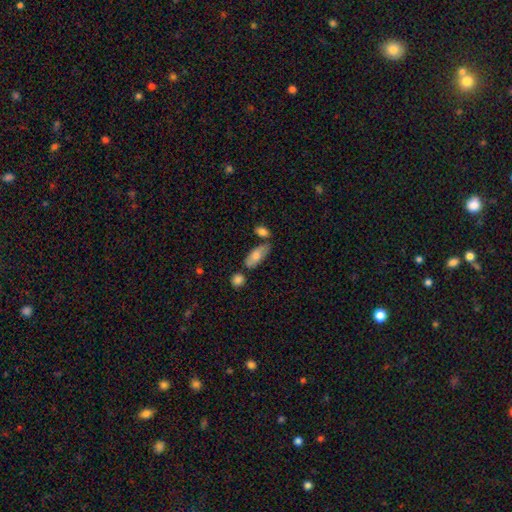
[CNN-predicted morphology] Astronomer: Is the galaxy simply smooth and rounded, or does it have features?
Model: smooth — 69%.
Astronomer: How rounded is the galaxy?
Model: in between — 78%.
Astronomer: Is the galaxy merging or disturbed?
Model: none — 63%.